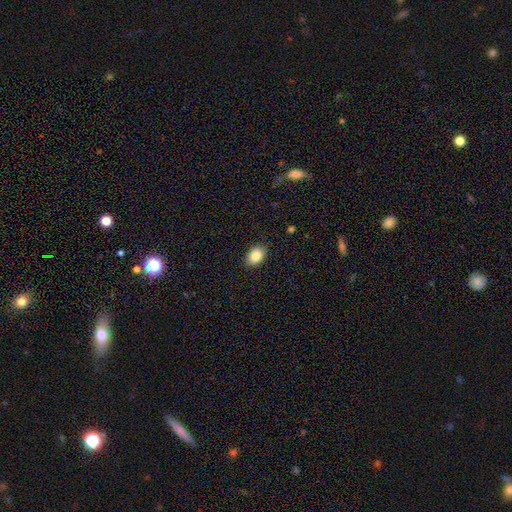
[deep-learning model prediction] Morphology: type=smooth (86%); roundness=in between (78%); merging=none (88%).